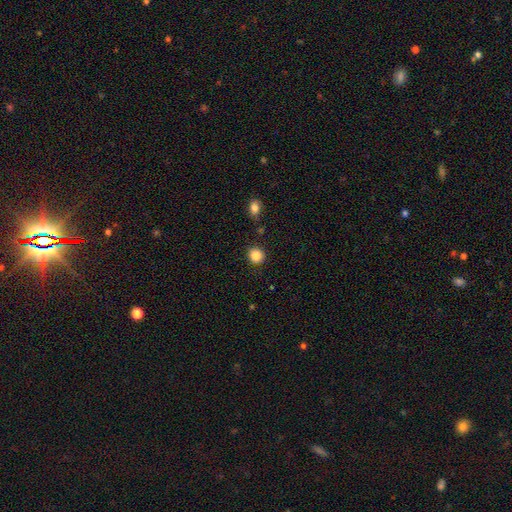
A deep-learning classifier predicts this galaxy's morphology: Q: Smooth or featured?
A: smooth (87%); runner-up: star or artifact (10%)
Q: How rounded?
A: round (84%); runner-up: in between (15%)
Q: Merging?
A: none (87%); runner-up: minor disturbance (8%)